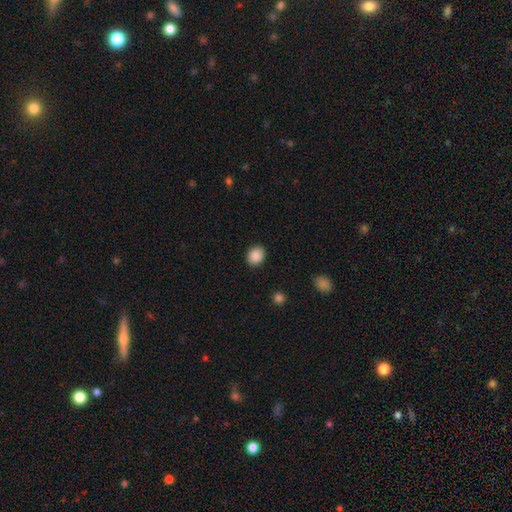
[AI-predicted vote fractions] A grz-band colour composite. It shows a smooth galaxy with no disk features (89%) that is round (54%). Merging: none (90%).